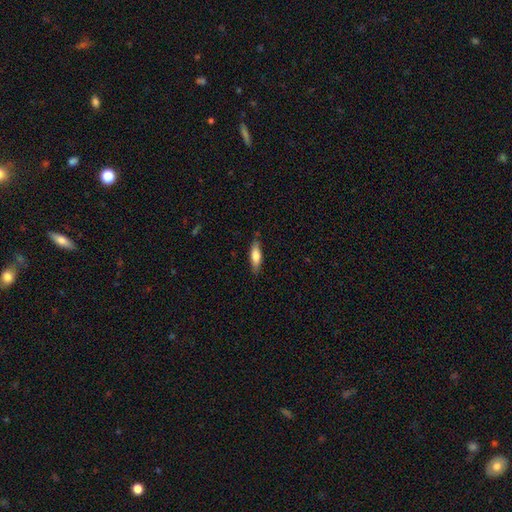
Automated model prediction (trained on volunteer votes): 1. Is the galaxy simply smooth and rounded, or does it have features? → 71% smooth, 24% featured or disk, 6% star or artifact.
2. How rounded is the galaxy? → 52% cigar-shaped, 46% in between, 2% round.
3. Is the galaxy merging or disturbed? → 82% none, 14% minor disturbance, 3% major disturbance, 1% merger.